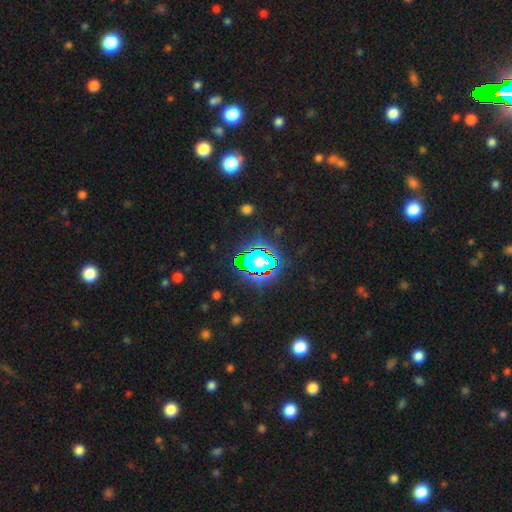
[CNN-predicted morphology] Q: Smooth or featured?
A: star or artifact (74%); runner-up: smooth (16%)